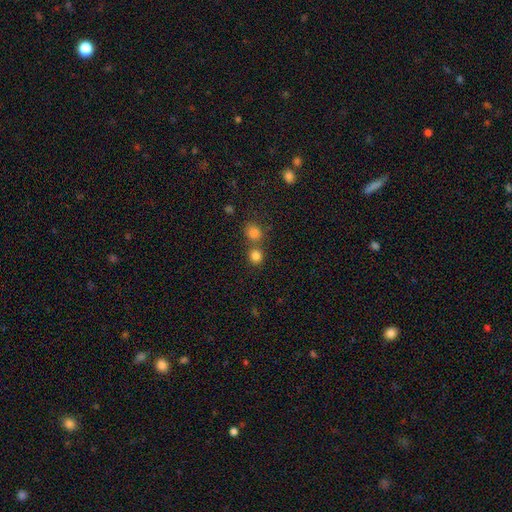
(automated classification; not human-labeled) Morphology: type=smooth (82%); roundness=round (87%); merging=none (59%).